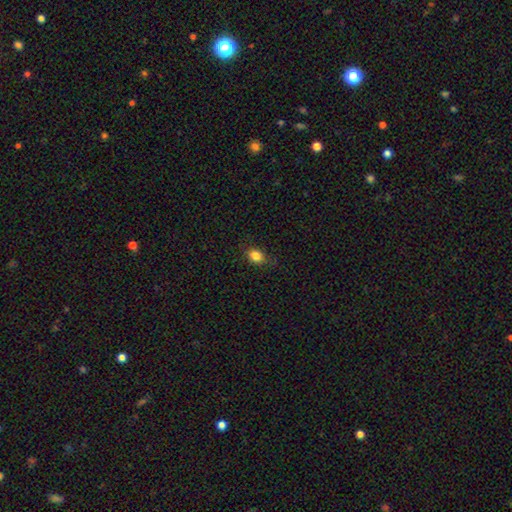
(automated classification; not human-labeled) Smooth or featured? Predicted: smooth (p=0.84). How rounded? Predicted: in between (p=0.63). Merging? Predicted: none (p=0.79).